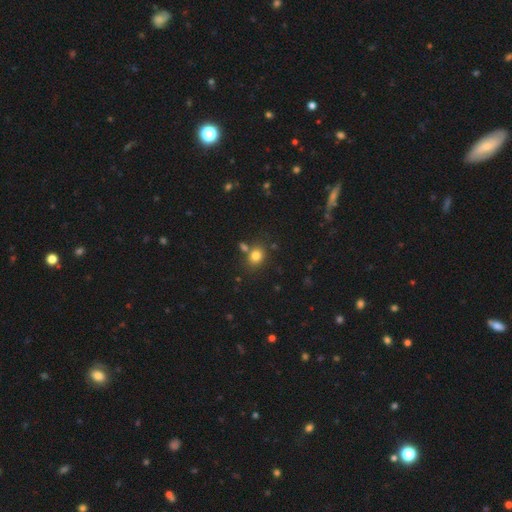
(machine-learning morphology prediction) This is clearly a smooth galaxy (80%). How rounded: possibly round (60%). Merging: likely none (71%).